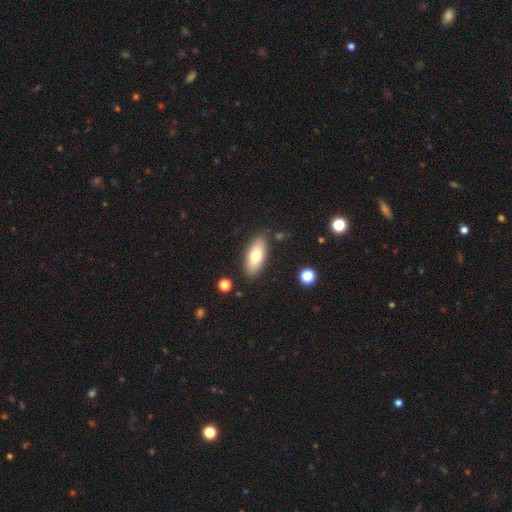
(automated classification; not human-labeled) The model was most divided on "smooth or featured": smooth: 73%, featured or disk: 20%, star or artifact: 7%. More confident: merging — none (85%); how rounded — in between (82%).